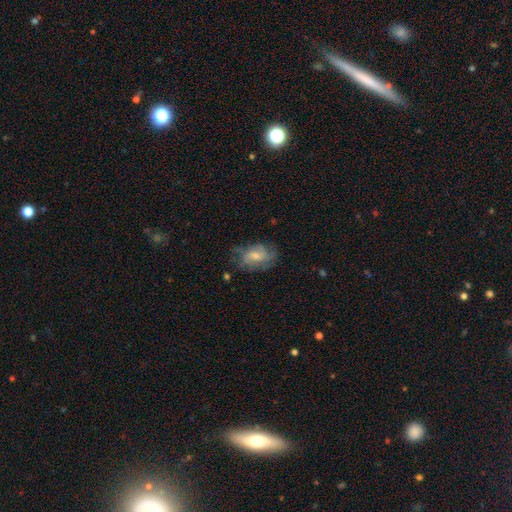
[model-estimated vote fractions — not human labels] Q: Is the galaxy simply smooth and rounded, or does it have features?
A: featured or disk — 53%.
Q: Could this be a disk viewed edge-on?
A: no — 95%.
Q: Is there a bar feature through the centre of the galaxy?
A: no — 49%.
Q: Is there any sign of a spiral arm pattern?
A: yes — 74%.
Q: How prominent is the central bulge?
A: moderate — 44%.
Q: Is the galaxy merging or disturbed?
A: none — 57%.